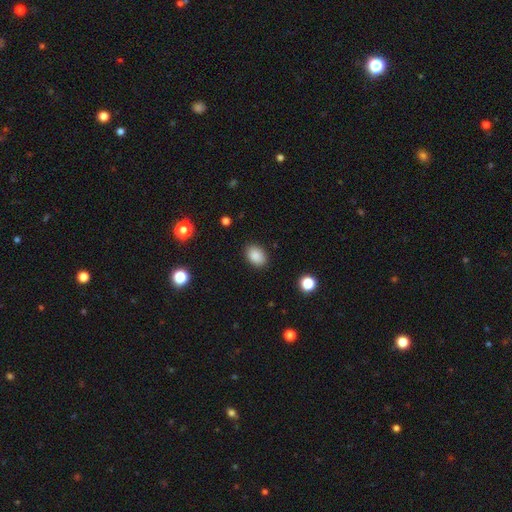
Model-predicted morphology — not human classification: Smooth or featured?
  - smooth: 87% *
  - star or artifact: 9%
  - featured or disk: 4%
How rounded?
  - in between: 78% *
  - round: 21%
  - cigar-shaped: 1%
Merging?
  - none: 87% *
  - minor disturbance: 9%
  - major disturbance: 3%
  - merger: 1%